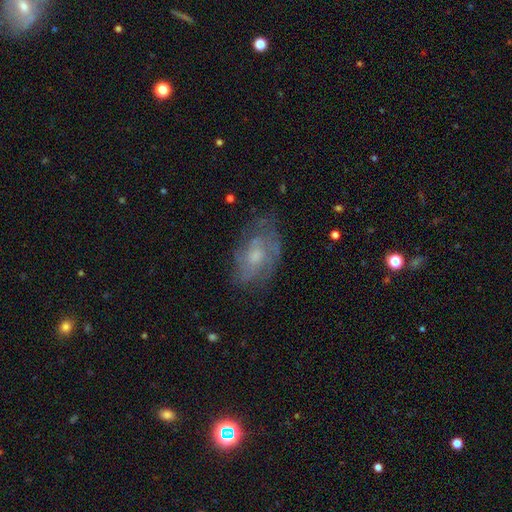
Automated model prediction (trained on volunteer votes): smooth_or_featured: featured or disk (p=0.63) [alt: smooth p=0.29]
disk_edge_on: no (p=0.95) [alt: yes p=0.05]
bar: no (p=0.74) [alt: weak p=0.23]
has_spiral_arms: yes (p=0.73) [alt: no p=0.27]
bulge_size: moderate (p=0.47) [alt: small p=0.37]
merging: none (p=0.63) [alt: minor disturbance p=0.24]